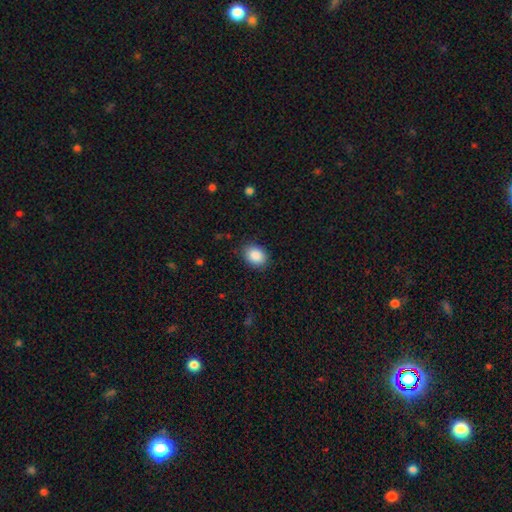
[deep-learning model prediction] Smooth or featured? smooth (88%)
How rounded? in between (60%)
Merging? none (85%)